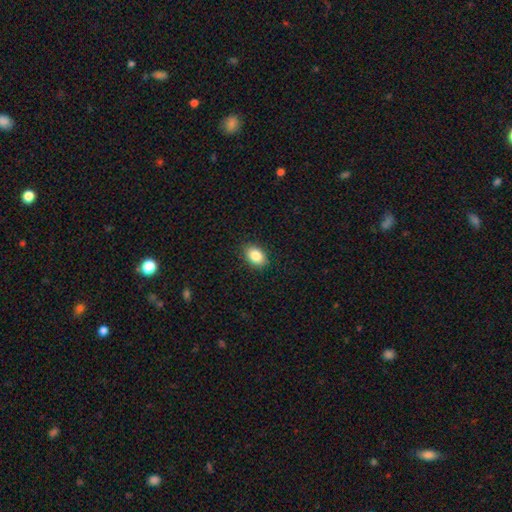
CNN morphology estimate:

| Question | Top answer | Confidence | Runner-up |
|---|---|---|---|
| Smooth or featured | smooth | 86% | star or artifact (8%) |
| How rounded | in between | 85% | round (14%) |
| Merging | none | 88% | minor disturbance (9%) |